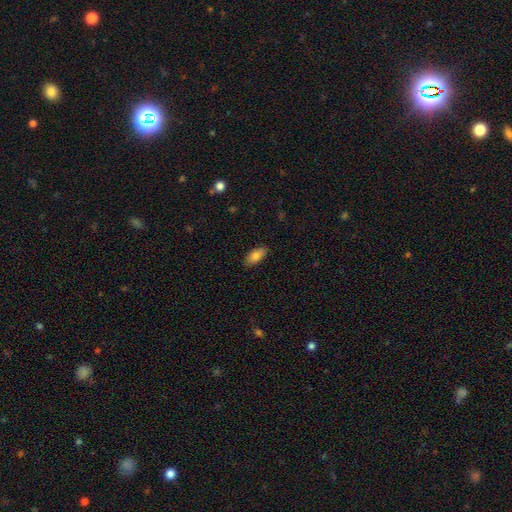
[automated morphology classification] Smooth or featured? Predicted: smooth (p=0.84). How rounded? Predicted: in between (p=0.88). Merging? Predicted: none (p=0.86).